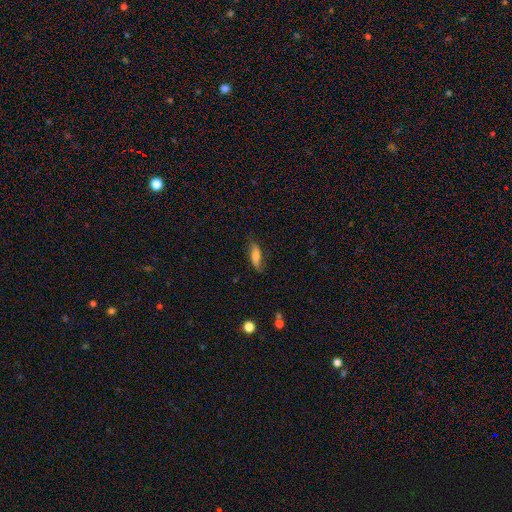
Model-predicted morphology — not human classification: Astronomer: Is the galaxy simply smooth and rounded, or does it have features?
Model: smooth — 65%.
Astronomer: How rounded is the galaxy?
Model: in between — 50% (runner-up: cigar-shaped, 47%).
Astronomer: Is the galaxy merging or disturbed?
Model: none — 71%.